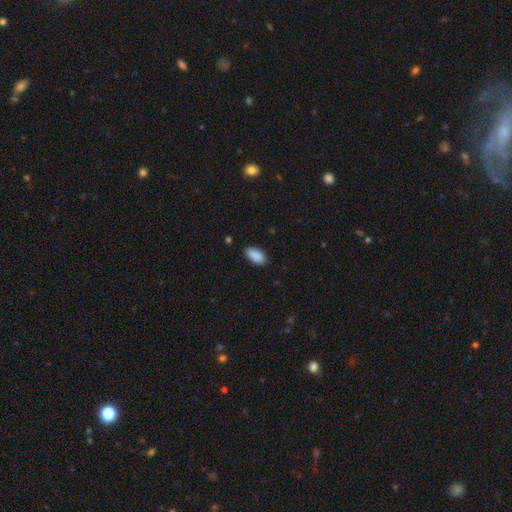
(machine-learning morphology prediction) smooth-or-featured: smooth: 90% | star or artifact: 7% | featured or disk: 3%
  how-rounded: in between: 92% | cigar-shaped: 5% | round: 2%
  merging: none: 87% | minor disturbance: 10% | major disturbance: 2% | merger: 1%